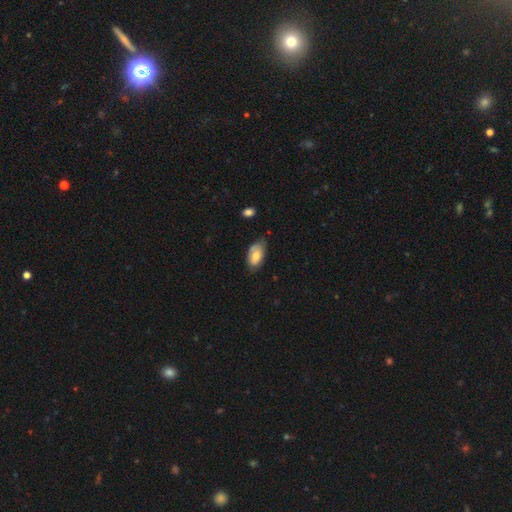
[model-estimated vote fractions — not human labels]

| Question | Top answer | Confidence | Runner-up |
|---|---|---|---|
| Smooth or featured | smooth | 70% | featured or disk (24%) |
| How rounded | in between | 94% | round (4%) |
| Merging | none | 61% | minor disturbance (31%) |